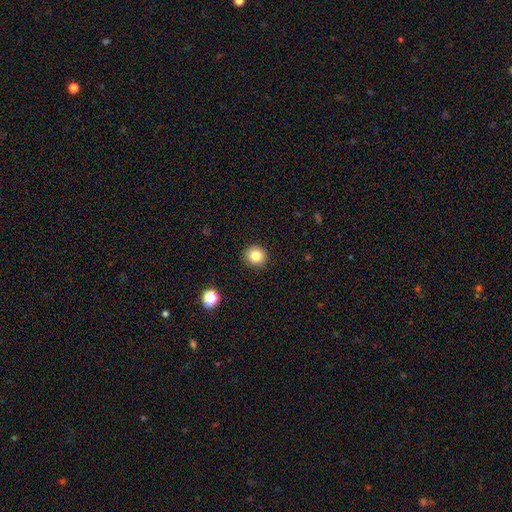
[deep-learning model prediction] Smooth or featured? Predicted: smooth (p=0.82). How rounded? Predicted: round (p=0.90). Merging? Predicted: none (p=0.91).